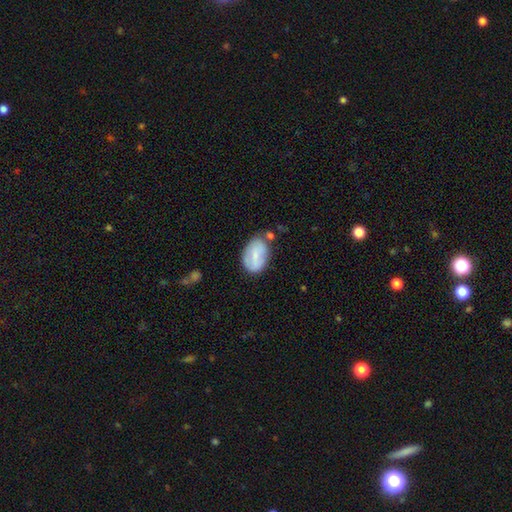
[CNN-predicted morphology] Smooth or featured? smooth (62%)
How rounded? in between (86%)
Merging? none (58%)